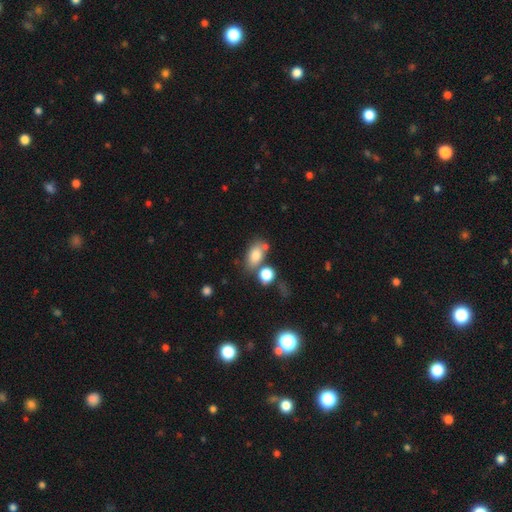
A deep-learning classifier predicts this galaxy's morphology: type=smooth (79%); roundness=in between (84%); merging=none (56%).